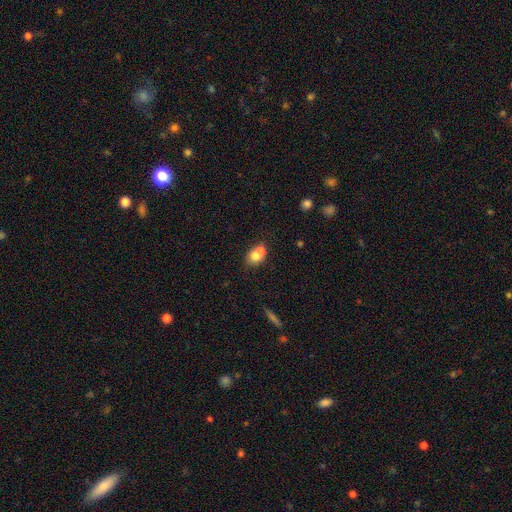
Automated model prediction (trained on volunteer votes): smooth-or-featured: smooth: 72% | featured or disk: 19% | star or artifact: 10%
  how-rounded: round: 50% | in between: 49% | cigar-shaped: 1%
  merging: merger: 59% | none: 30% | minor disturbance: 8% | major disturbance: 3%